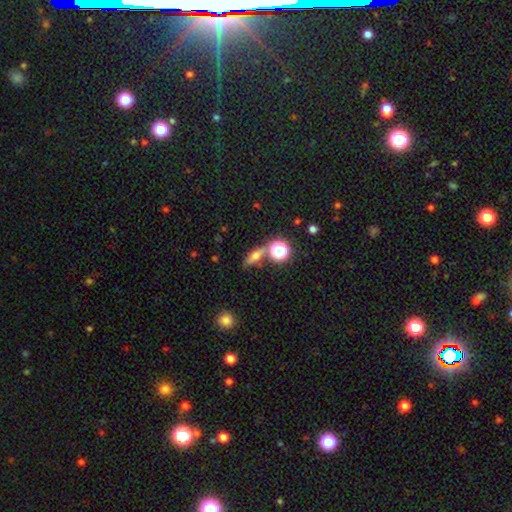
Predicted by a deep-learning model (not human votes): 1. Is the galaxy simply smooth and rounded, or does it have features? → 49% smooth, 31% featured or disk, 20% star or artifact.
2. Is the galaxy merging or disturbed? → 71% none, 13% merger, 12% minor disturbance, 5% major disturbance.